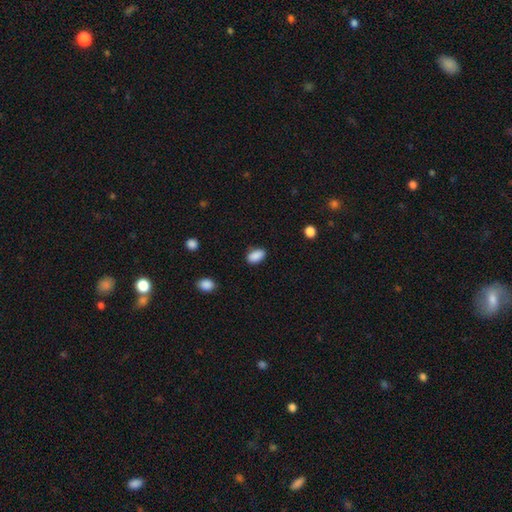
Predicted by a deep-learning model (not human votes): Smooth or featured? smooth (89%)
How rounded? in between (91%)
Merging? none (83%)